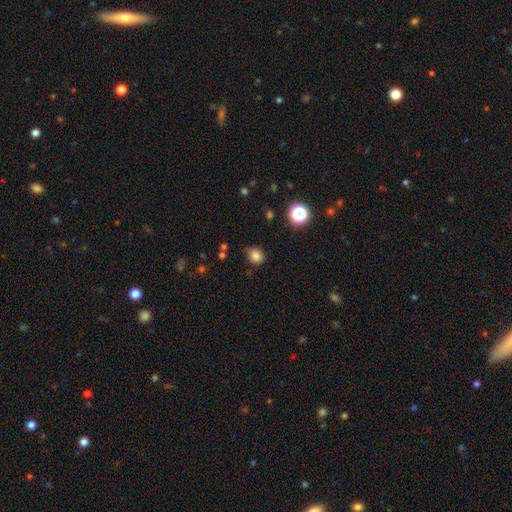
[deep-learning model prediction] Smooth or featured: smooth — 81% (star or artifact — 14%)
How rounded: round — 75% (in between — 24%)
Merging: none — 80% (minor disturbance — 15%)